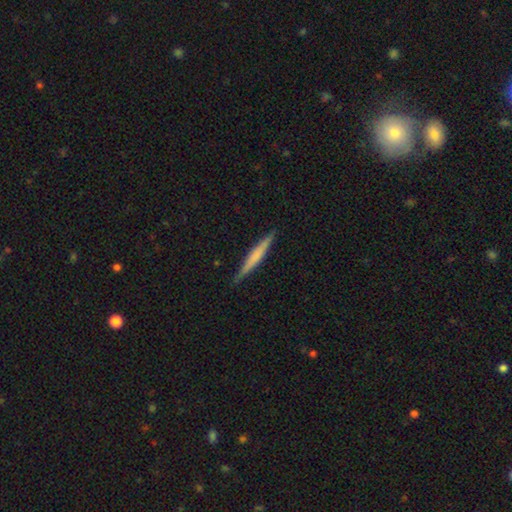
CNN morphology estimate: Smooth or featured? Predicted: smooth (p=0.49). Merging? Predicted: none (p=0.89).